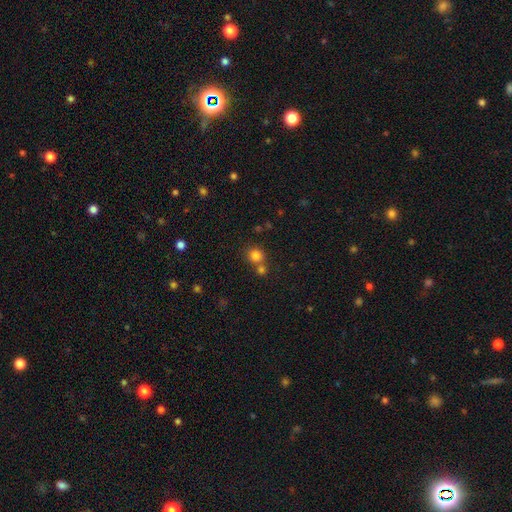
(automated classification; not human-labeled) Smooth or featured? Predicted: smooth (p=0.79). How rounded? Predicted: round (p=0.87). Merging? Predicted: none (p=0.58).